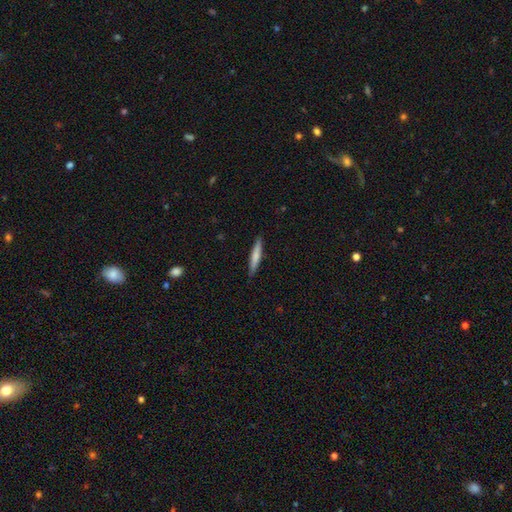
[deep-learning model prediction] This appears to be a smooth galaxy with no disk features (70%) that is cigar-shaped (94%). Merging: none (90%).